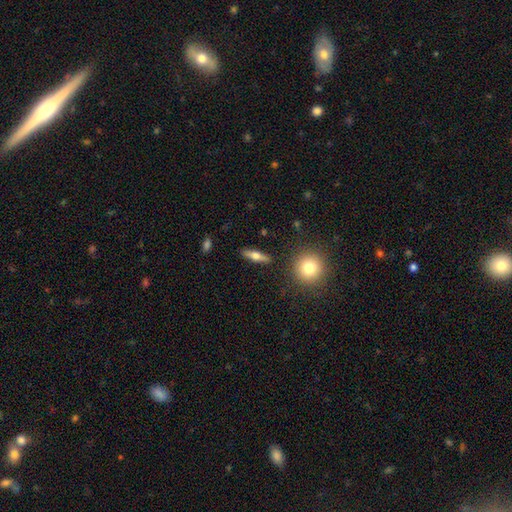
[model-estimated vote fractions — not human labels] Overall: smooth (47%; featured or disk 46%). Merging: none (88%).